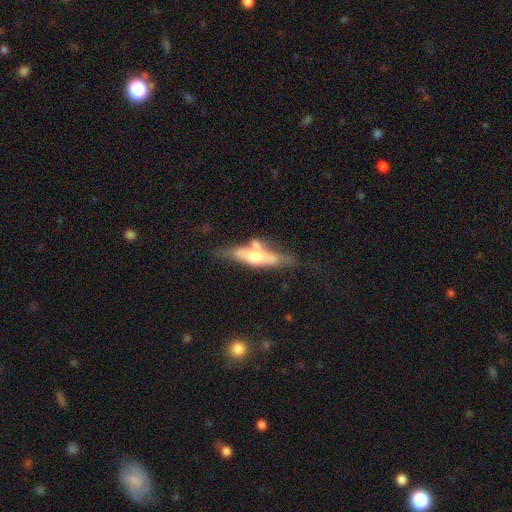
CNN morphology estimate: Smooth or featured? Predicted: featured or disk (p=0.55). Edge-on disk? Predicted: yes (p=0.78). Merging? Predicted: none (p=0.41).